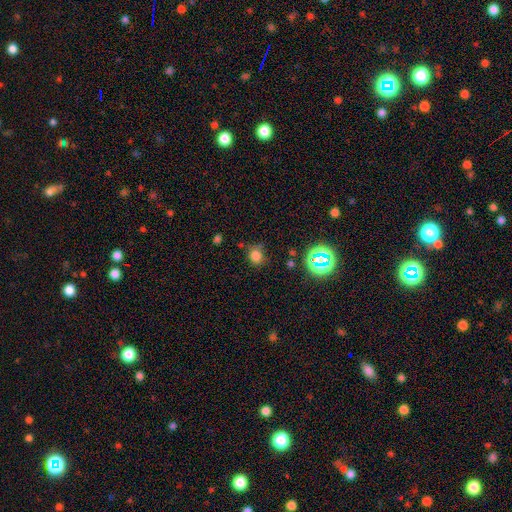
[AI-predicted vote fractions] Morphology: type=smooth (74%); roundness=round (74%); merging=none (71%).